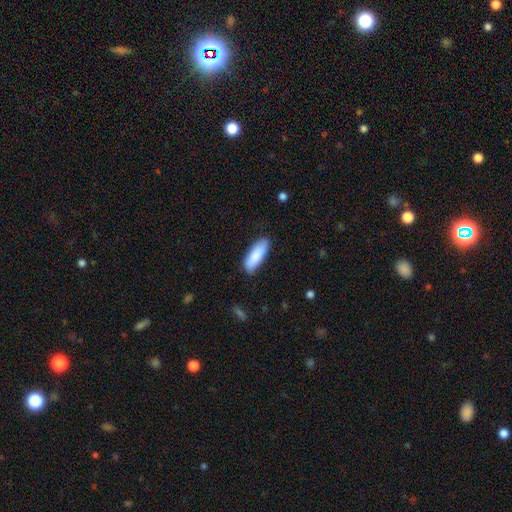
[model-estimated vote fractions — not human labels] The model was most divided on "how rounded": in between: 62%, cigar-shaped: 37%, round: 2%. More confident: smooth or featured — smooth (88%); merging — none (85%).